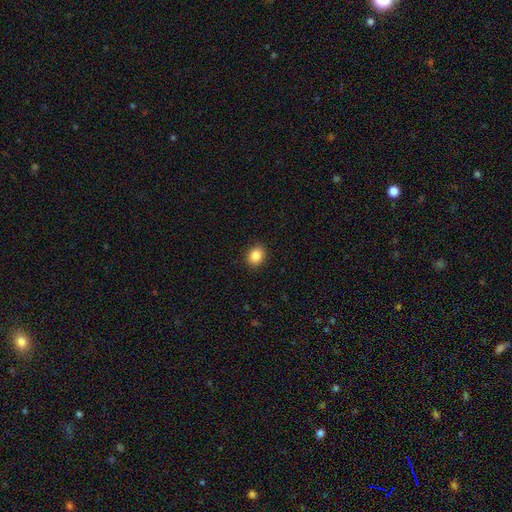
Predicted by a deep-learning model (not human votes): This is clearly a smooth galaxy (86%). How rounded: possibly round (55%). Merging: clearly none (90%).